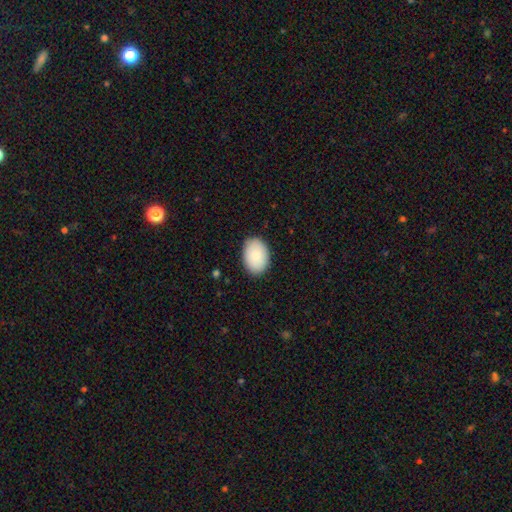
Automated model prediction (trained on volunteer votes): smooth_or_featured: smooth (p=0.87) [alt: featured or disk p=0.07]
how_rounded: in between (p=0.85) [alt: round p=0.14]
merging: none (p=0.87) [alt: minor disturbance p=0.10]